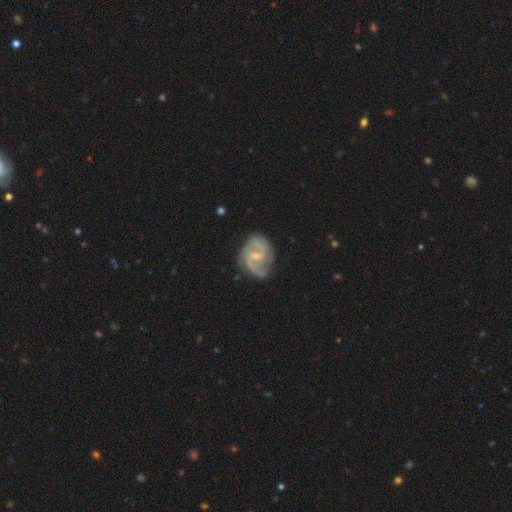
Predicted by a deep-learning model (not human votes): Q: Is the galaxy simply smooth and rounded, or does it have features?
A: featured or disk — 86%.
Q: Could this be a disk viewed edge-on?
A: no — 98%.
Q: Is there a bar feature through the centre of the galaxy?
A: weak — 59%.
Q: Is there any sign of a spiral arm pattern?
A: yes — 96%.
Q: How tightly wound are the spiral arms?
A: medium — 54%.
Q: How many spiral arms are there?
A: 2 — 83%.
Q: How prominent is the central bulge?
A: small — 56%.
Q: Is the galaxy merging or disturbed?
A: none — 68%.